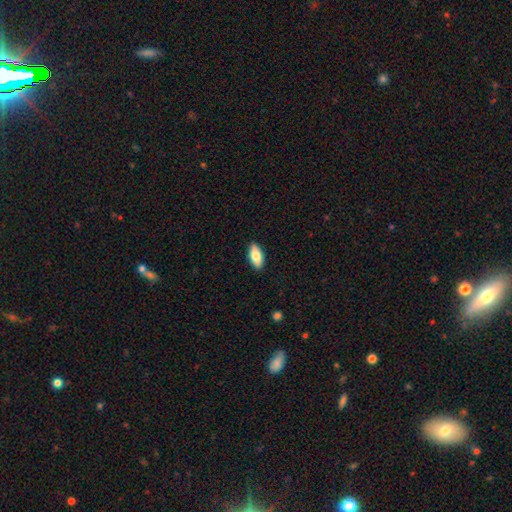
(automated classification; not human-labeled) Smooth or featured: smooth — 80% (featured or disk — 13%)
How rounded: in between — 86% (cigar-shaped — 11%)
Merging: none — 89% (minor disturbance — 8%)